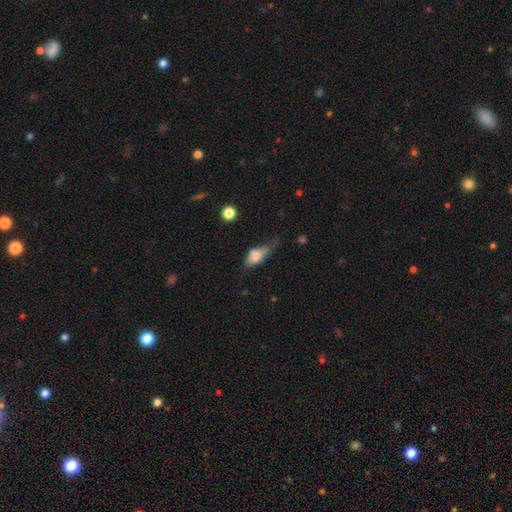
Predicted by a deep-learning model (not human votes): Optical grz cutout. It shows a smooth galaxy with no disk features (68%) that is in between round and cigar-shaped (81%). Merging: minor disturbance (37%).